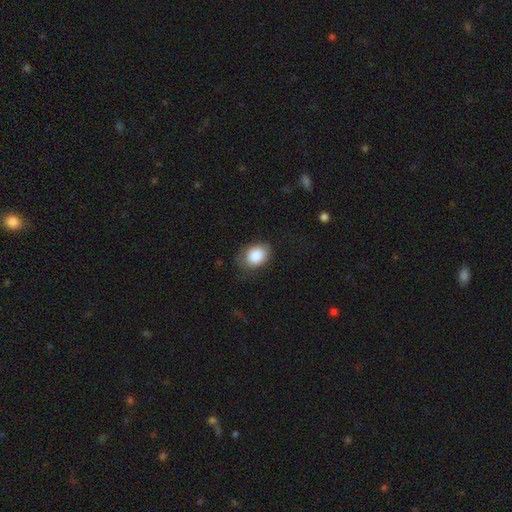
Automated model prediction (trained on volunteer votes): Smooth or featured? Predicted: smooth (p=0.86). How rounded? Predicted: in between (p=0.69). Merging? Predicted: none (p=0.67).